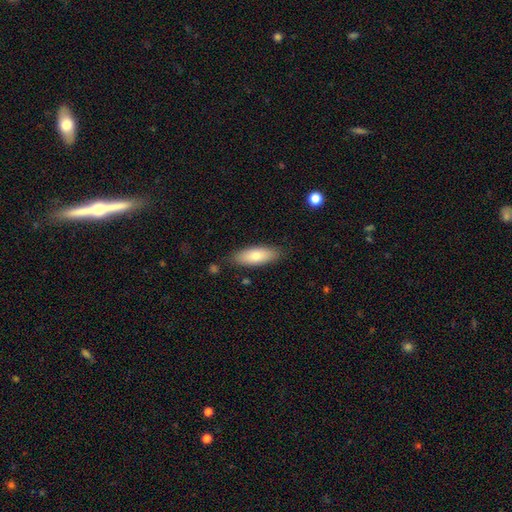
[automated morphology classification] smooth 74%, featured or disk 19%, star or artifact 6%. Down the decision tree: how rounded — in between (70%); merging — none (83%).